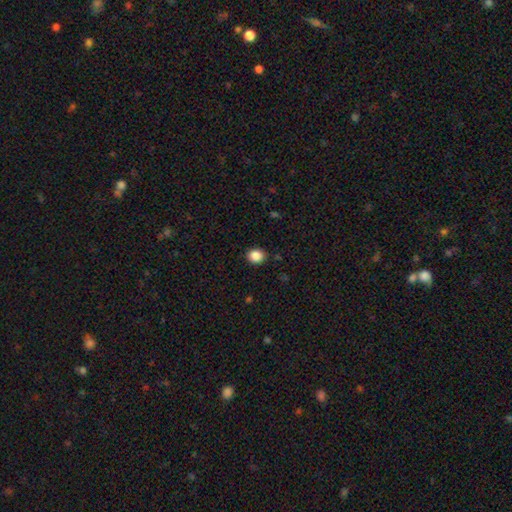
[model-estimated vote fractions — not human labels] smooth-or-featured: smooth: 87% | star or artifact: 10% | featured or disk: 3%
  how-rounded: round: 72% | in between: 27% | cigar-shaped: 1%
  merging: none: 90% | minor disturbance: 7% | major disturbance: 2% | merger: 1%